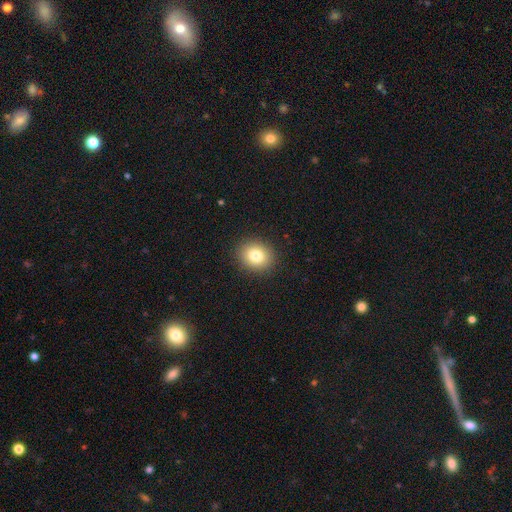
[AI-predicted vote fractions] Overall: smooth (80%). How rounded: round (68%; in between 31%). Merging: none (91%).